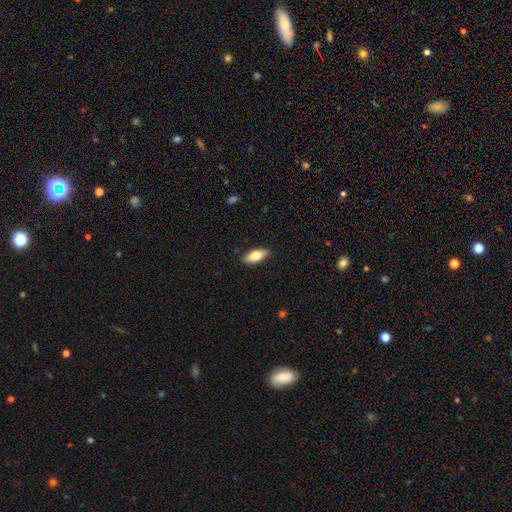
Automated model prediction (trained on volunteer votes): smooth-or-featured: smooth: 80% | featured or disk: 14% | star or artifact: 6%
  how-rounded: in between: 83% | cigar-shaped: 15% | round: 2%
  merging: none: 89% | minor disturbance: 8% | major disturbance: 2% | merger: 1%